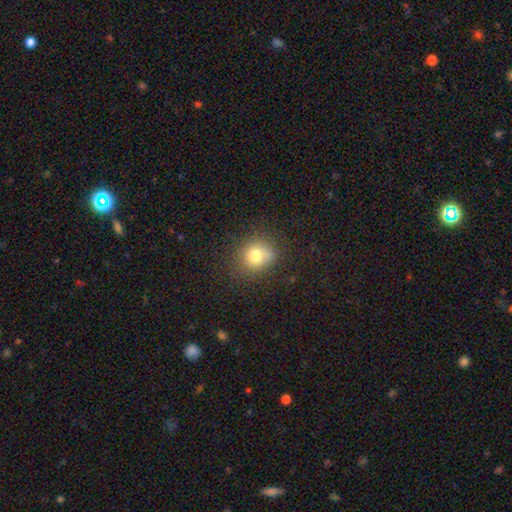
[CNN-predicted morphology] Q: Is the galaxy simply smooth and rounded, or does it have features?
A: smooth — 76%.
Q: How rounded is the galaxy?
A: round — 77%.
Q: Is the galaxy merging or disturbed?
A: none — 79%.